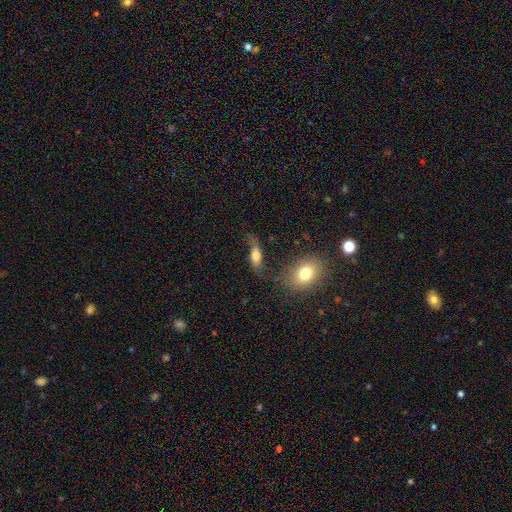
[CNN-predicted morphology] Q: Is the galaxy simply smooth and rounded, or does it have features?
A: smooth — 54%.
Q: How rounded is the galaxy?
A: in between — 65%.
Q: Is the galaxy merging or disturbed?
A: none — 47%.